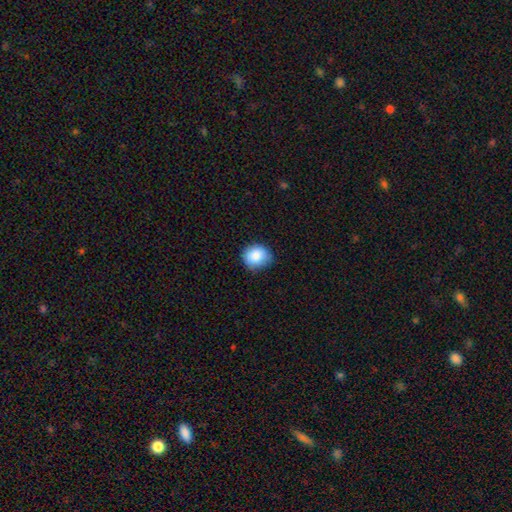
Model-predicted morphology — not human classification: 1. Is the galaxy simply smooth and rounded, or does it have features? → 87% smooth, 8% star or artifact, 5% featured or disk.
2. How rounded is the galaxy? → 80% round, 19% in between, 1% cigar-shaped.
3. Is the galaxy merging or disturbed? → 81% none, 16% minor disturbance, 3% major disturbance, 1% merger.